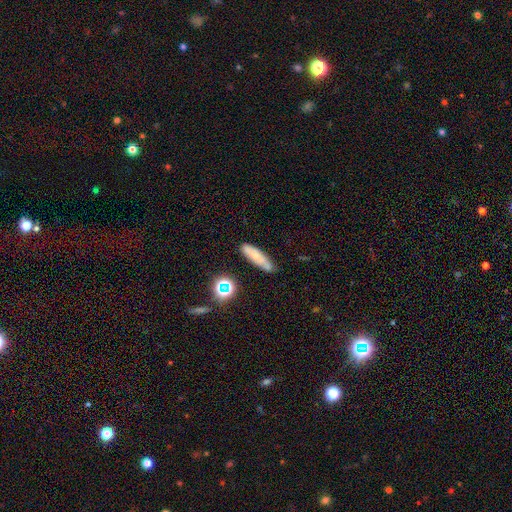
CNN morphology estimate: smooth-or-featured: smooth: 61% | featured or disk: 26% | star or artifact: 14%
  how-rounded: cigar-shaped: 59% | in between: 37% | round: 4%
  merging: none: 64% | minor disturbance: 23% | merger: 7% | major disturbance: 6%